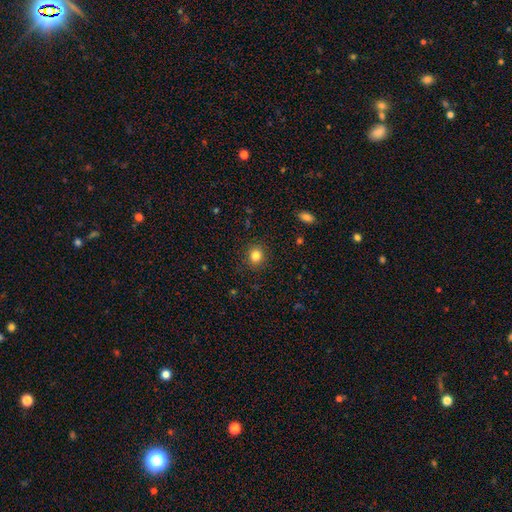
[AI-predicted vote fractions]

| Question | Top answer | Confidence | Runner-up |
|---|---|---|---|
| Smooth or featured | smooth | 83% | star or artifact (11%) |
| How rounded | round | 78% | in between (21%) |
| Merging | none | 89% | minor disturbance (7%) |